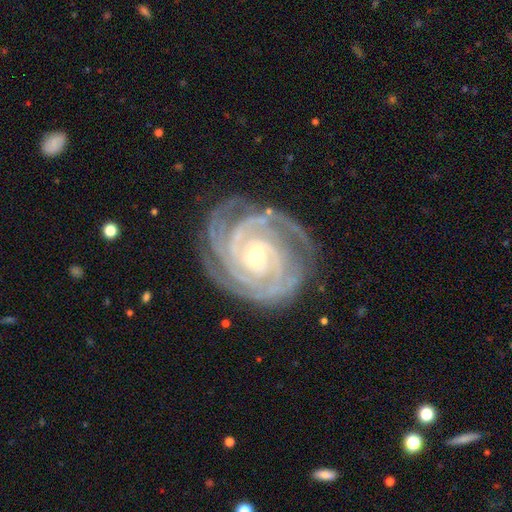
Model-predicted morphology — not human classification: smooth-or-featured: featured or disk: 93% | star or artifact: 5% | smooth: 3%
  disk-edge-on: no: 97% | yes: 3%
    bar: no: 45% | weak: 36% | strong: 19%
    has-spiral-arms: yes: 99% | no: 1%
      spiral-winding: tight: 82% | medium: 17% | loose: 2%
      spiral-arm-count: 4: 34% | 3: 27% | can't tell: 12% | 2: 11% | more than 4: 10% | 1: 7%
    bulge-size: small: 60% | moderate: 37% | large: 1% | none: 1% | dominant: 1%
  merging: none: 80% | minor disturbance: 14% | major disturbance: 4% | merger: 1%